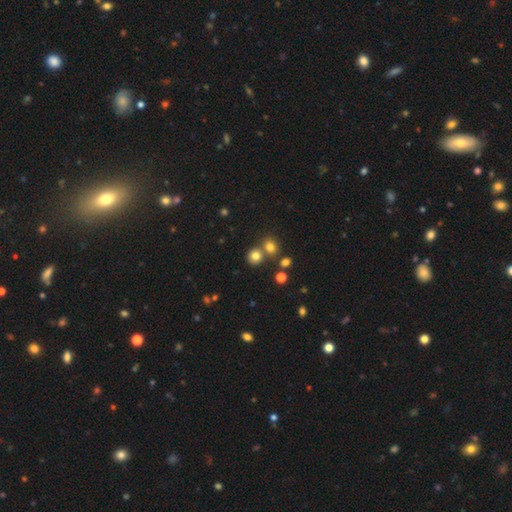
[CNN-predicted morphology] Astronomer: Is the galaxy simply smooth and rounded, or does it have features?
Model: smooth — 78%.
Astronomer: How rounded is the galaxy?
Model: round — 84%.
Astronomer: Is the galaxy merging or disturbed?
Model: none — 64%.